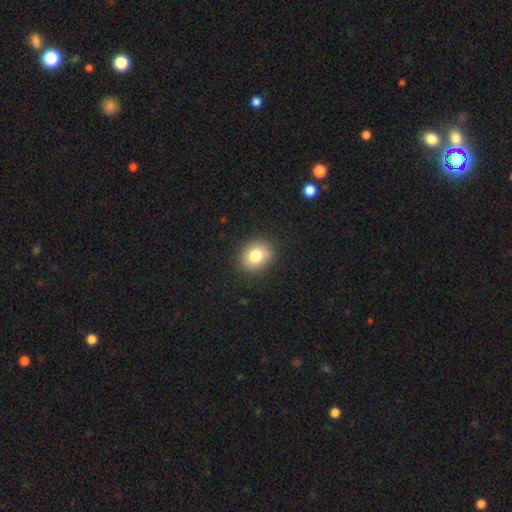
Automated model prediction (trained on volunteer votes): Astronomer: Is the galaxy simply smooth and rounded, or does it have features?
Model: smooth — 81%.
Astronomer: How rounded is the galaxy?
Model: round — 55% (runner-up: in between, 44%).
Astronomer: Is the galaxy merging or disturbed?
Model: none — 88%.